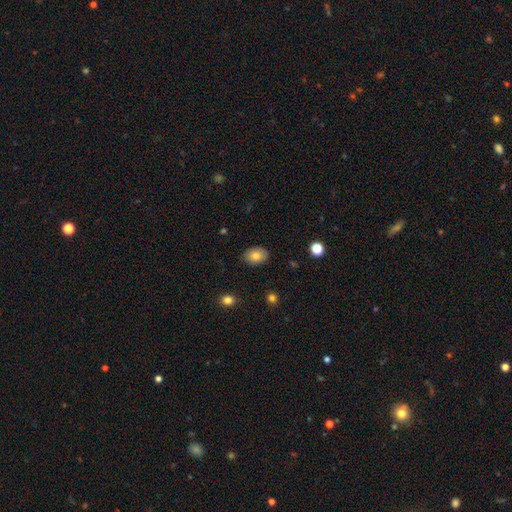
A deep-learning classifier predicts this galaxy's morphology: Overall: smooth (80%). How rounded: in between (77%). Merging: none (86%).